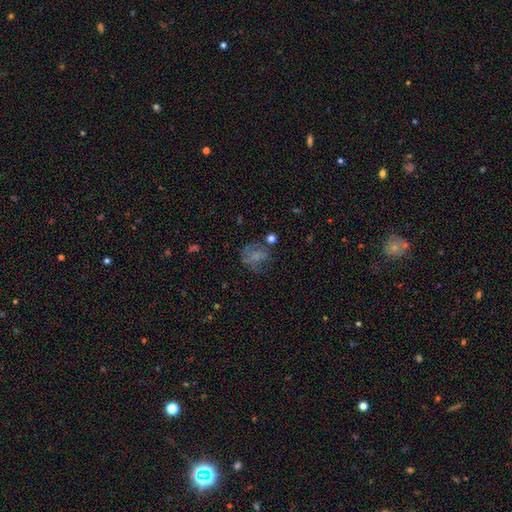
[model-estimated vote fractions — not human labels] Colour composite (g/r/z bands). It shows a smooth galaxy with no disk features (52%) that is in between round and cigar-shaped (49%, tied with round). Merging: none (41%).